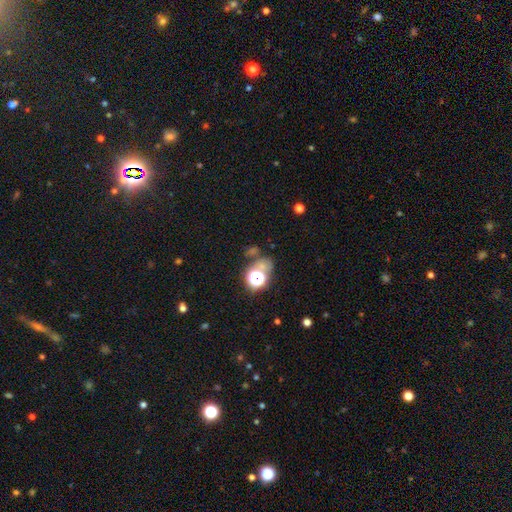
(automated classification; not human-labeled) Smooth or featured? Predicted: star or artifact (p=0.65).